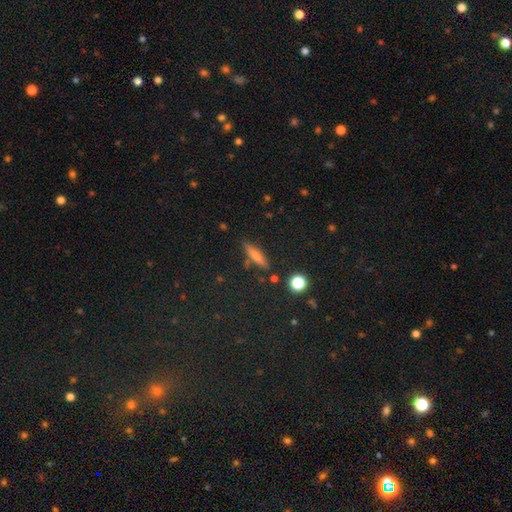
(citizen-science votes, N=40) smooth_or_featured: smooth (p=0.50) [alt: featured or disk p=0.42]
how_rounded: cigar-shaped (p=0.70) [alt: in between p=0.20]
merging: none (p=0.86) [alt: minor disturbance p=0.11]